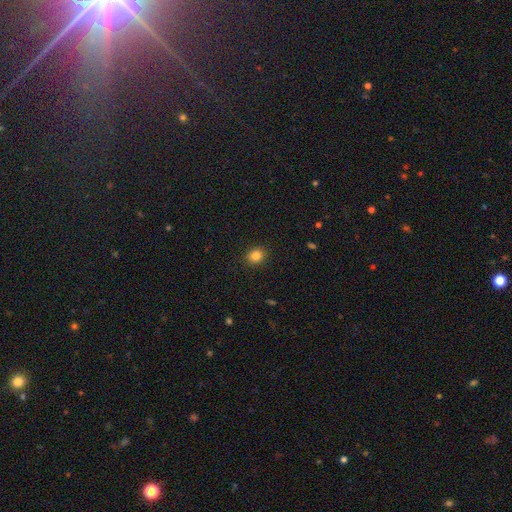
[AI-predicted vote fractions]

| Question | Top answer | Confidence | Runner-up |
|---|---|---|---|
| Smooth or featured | smooth | 84% | star or artifact (11%) |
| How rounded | round | 62% | in between (37%) |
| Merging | none | 89% | minor disturbance (7%) |